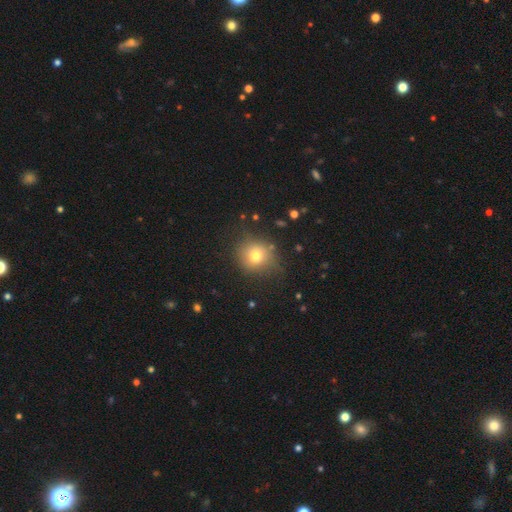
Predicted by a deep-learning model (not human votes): Smooth or featured?
  - smooth: 73% *
  - star or artifact: 15%
  - featured or disk: 12%
How rounded?
  - round: 87% *
  - in between: 12%
  - cigar-shaped: 1%
Merging?
  - none: 78% *
  - minor disturbance: 15%
  - major disturbance: 5%
  - merger: 2%